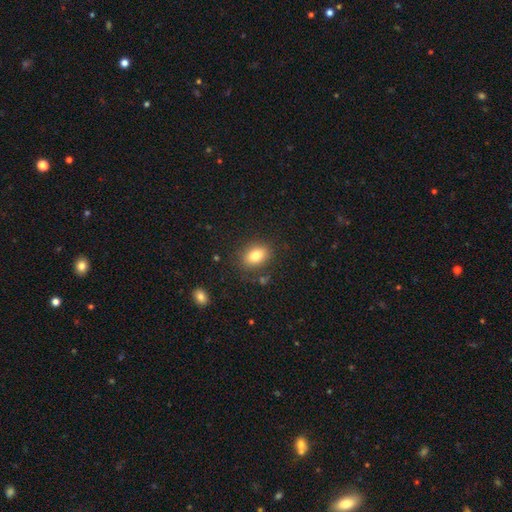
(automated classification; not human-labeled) This is clearly a smooth galaxy (80%). How rounded: likely in between (73%). Merging: clearly none (83%).